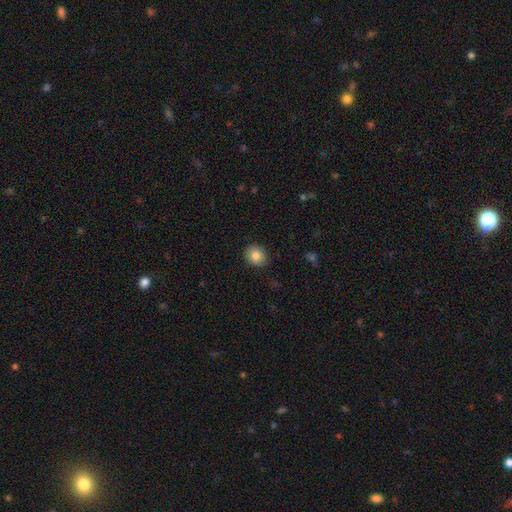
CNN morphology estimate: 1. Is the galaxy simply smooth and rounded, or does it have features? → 83% smooth, 9% star or artifact, 7% featured or disk.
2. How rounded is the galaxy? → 75% round, 24% in between, 1% cigar-shaped.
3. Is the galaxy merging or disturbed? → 89% none, 8% minor disturbance, 2% major disturbance, 1% merger.